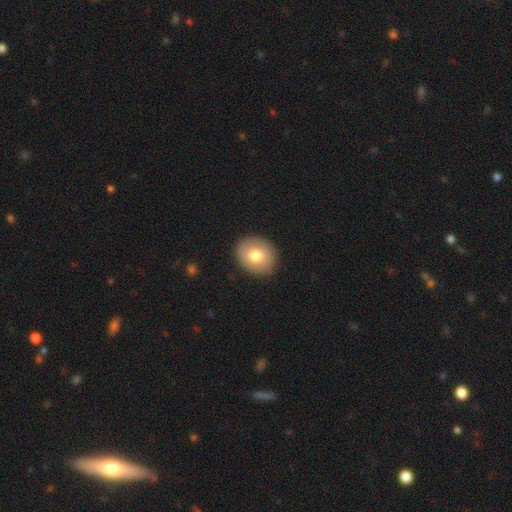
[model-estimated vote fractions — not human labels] smooth_or_featured: smooth (p=0.74) [alt: featured or disk p=0.18]
how_rounded: round (p=0.64) [alt: in between p=0.35]
merging: none (p=0.89) [alt: minor disturbance p=0.08]